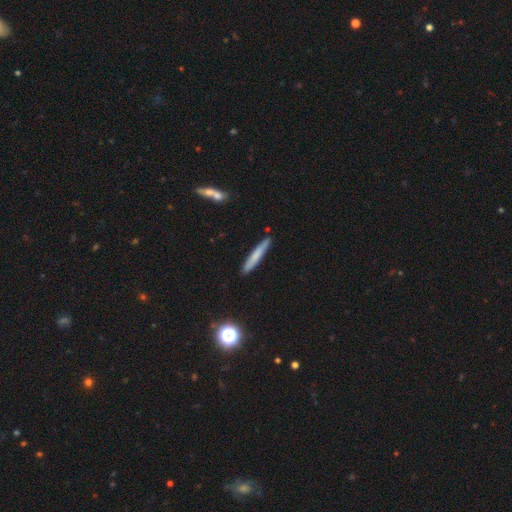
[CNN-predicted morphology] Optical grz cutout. It shows a smooth galaxy with no disk features (68%) that is cigar-shaped (94%). Merging: none (88%).